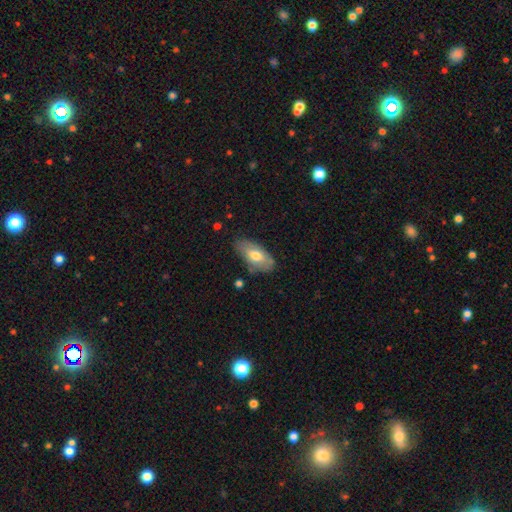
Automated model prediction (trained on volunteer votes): smooth_or_featured: smooth (p=0.66) [alt: featured or disk p=0.28]
how_rounded: in between (p=0.91) [alt: cigar-shaped p=0.06]
merging: none (p=0.66) [alt: minor disturbance p=0.26]